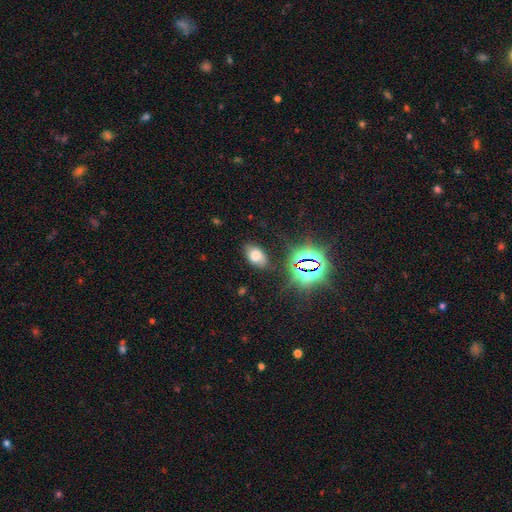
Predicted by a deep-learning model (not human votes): smooth_or_featured: smooth (p=0.65) [alt: star or artifact p=0.22]
how_rounded: in between (p=0.90) [alt: round p=0.08]
merging: none (p=0.76) [alt: minor disturbance p=0.17]